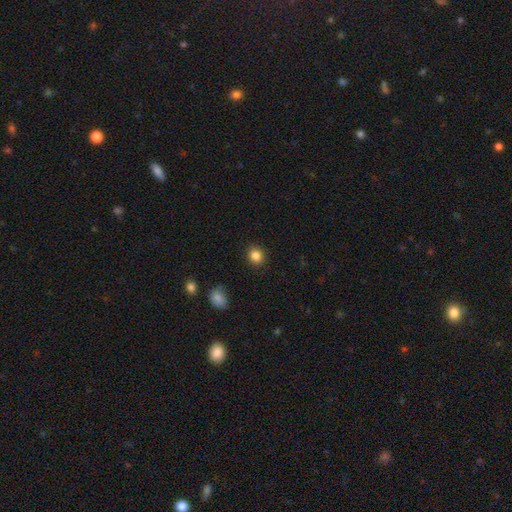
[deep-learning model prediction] Smooth or featured?
  - smooth: 85% *
  - star or artifact: 11%
  - featured or disk: 4%
How rounded?
  - round: 75% *
  - in between: 24%
  - cigar-shaped: 1%
Merging?
  - none: 90% *
  - minor disturbance: 7%
  - major disturbance: 2%
  - merger: 1%